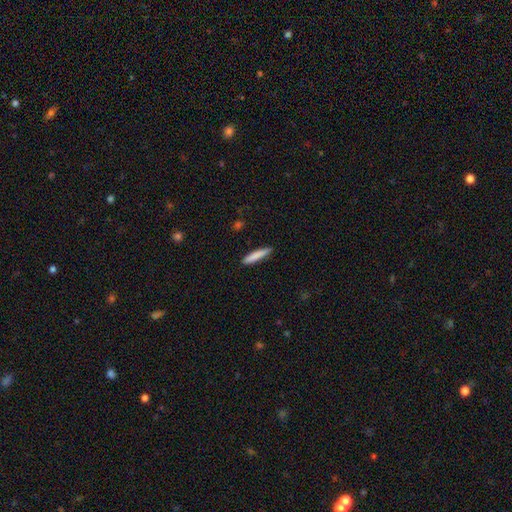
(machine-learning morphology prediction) This appears to be a smooth galaxy with no disk features (83%) that is cigar-shaped (91%). Merging: none (89%).